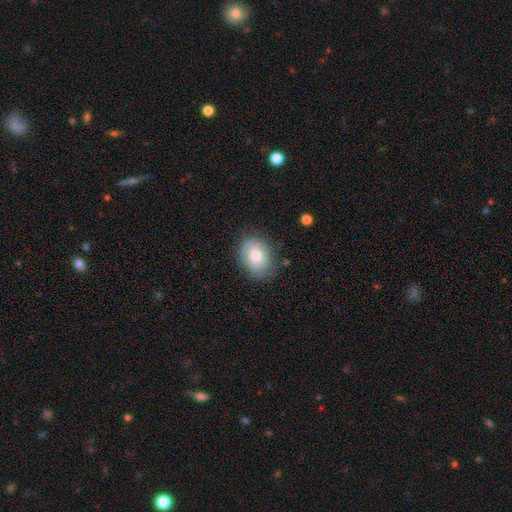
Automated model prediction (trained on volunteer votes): smooth_or_featured: smooth (p=0.68) [alt: featured or disk p=0.24]
how_rounded: in between (p=0.55) [alt: round p=0.44]
merging: none (p=0.69) [alt: minor disturbance p=0.23]